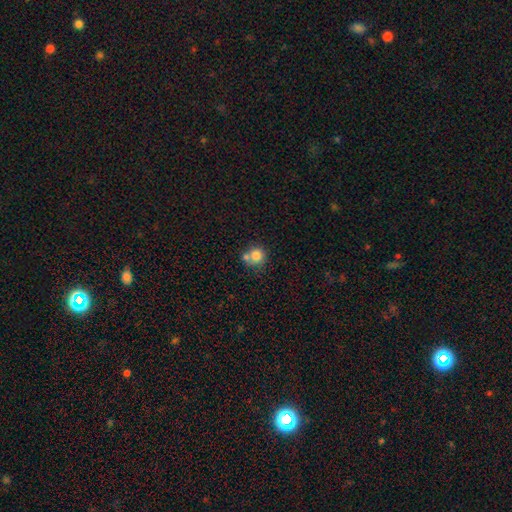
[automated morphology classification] smooth_or_featured: smooth (p=0.79) [alt: star or artifact p=0.10]
how_rounded: round (p=0.89) [alt: in between p=0.10]
merging: none (p=0.52) [alt: merger p=0.35]